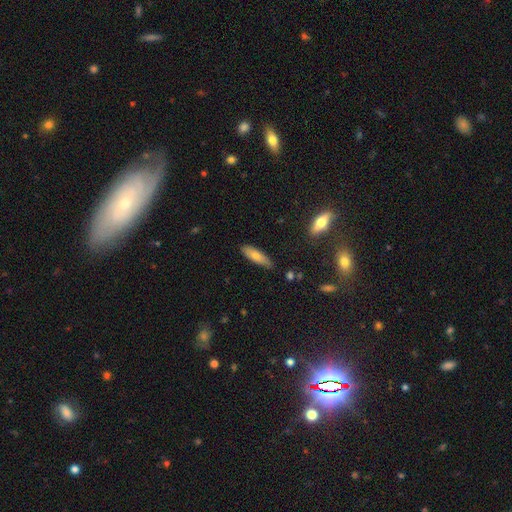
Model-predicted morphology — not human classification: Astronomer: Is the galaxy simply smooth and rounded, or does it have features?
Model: smooth — 73%.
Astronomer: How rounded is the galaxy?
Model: cigar-shaped — 58% (runner-up: in between, 41%).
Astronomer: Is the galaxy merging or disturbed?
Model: none — 77%.